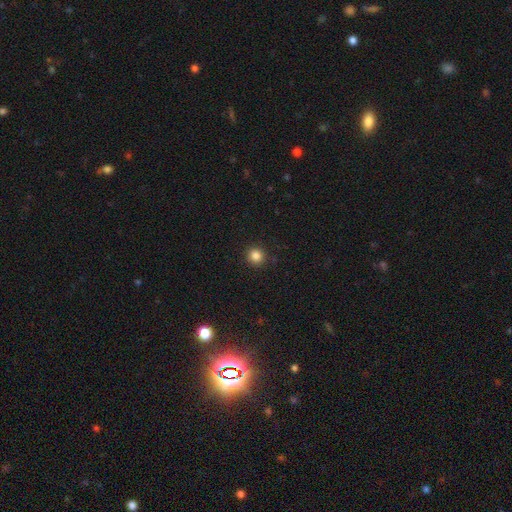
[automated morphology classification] Smooth or featured: smooth — 84% (star or artifact — 12%)
How rounded: round — 94% (in between — 5%)
Merging: none — 92% (minor disturbance — 5%)